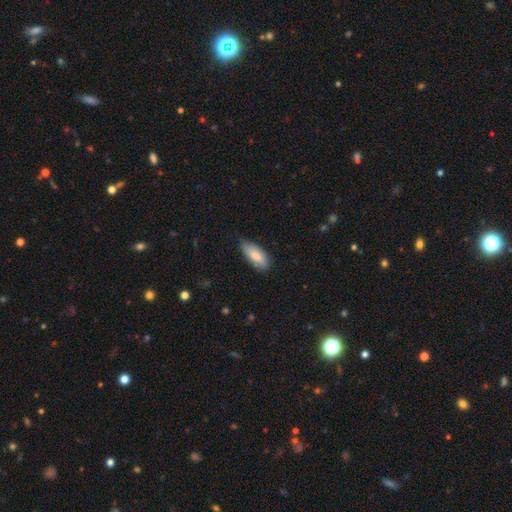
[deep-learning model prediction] Smooth or featured? Predicted: smooth (p=0.83). How rounded? Predicted: in between (p=0.81). Merging? Predicted: none (p=0.72).